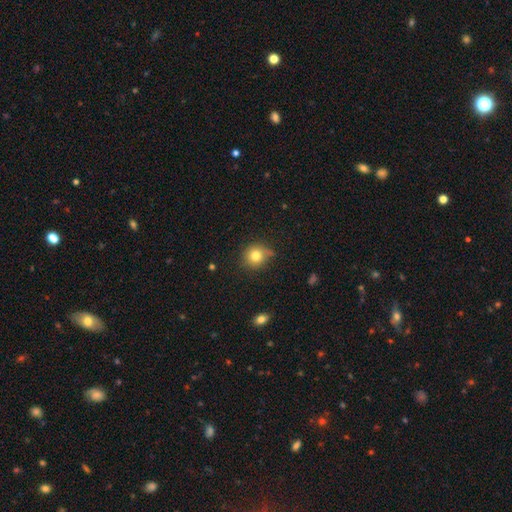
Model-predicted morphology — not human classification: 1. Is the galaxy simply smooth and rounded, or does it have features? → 79% smooth, 12% star or artifact, 9% featured or disk.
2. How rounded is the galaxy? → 86% round, 13% in between, 1% cigar-shaped.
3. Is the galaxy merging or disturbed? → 72% none, 20% minor disturbance, 5% major disturbance, 3% merger.